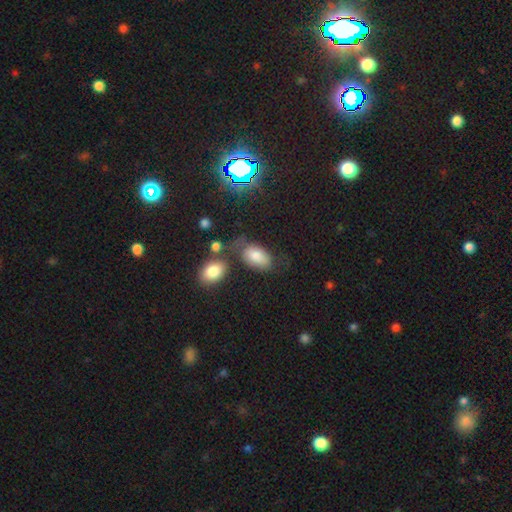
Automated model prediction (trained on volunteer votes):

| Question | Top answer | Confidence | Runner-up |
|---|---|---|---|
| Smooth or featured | smooth | 76% | featured or disk (12%) |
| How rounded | in between | 91% | round (7%) |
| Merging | none | 50% | minor disturbance (23%) |